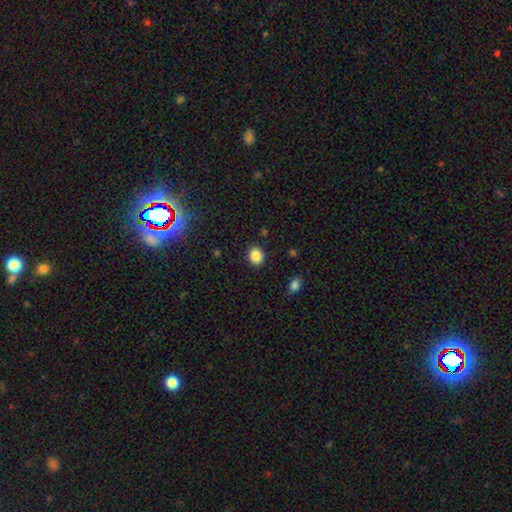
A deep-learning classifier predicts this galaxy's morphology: Smooth or featured? smooth (87%)
How rounded? round (71%)
Merging? none (90%)